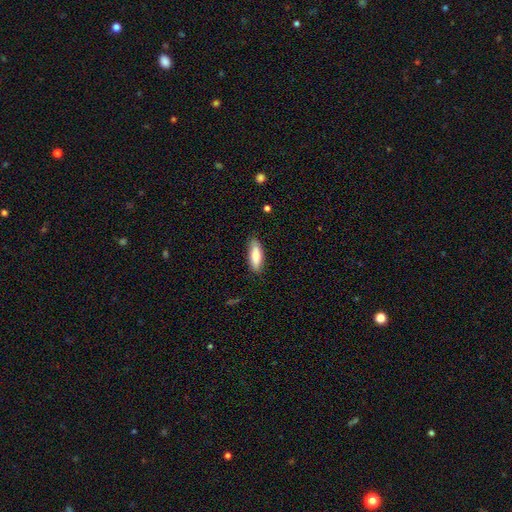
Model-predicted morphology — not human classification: type=smooth (76%); roundness=in between (63%); merging=none (86%).